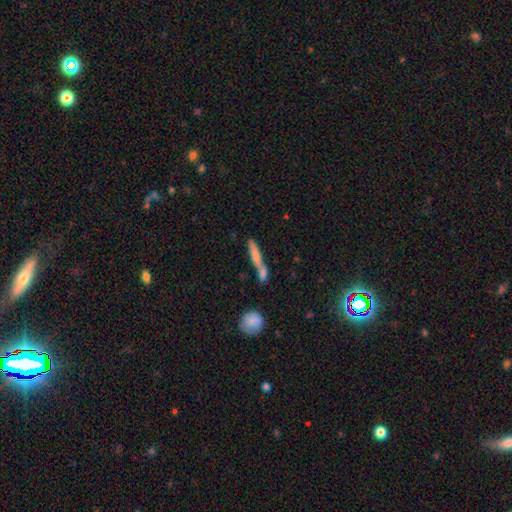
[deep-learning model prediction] This is likely a smooth galaxy (65%). How rounded: clearly cigar-shaped (86%). Merging: possibly merger (53%).